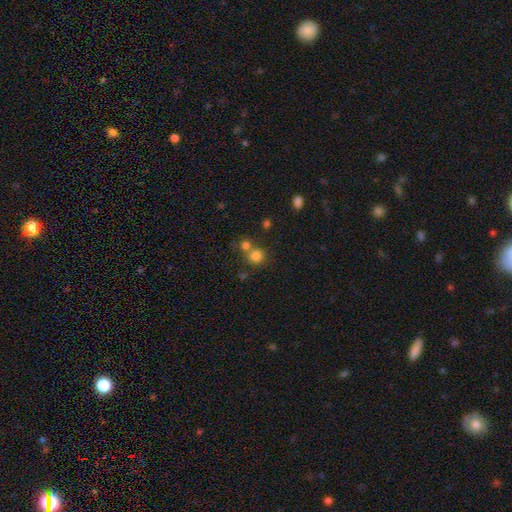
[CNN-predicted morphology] smooth_or_featured: smooth (p=0.79) [alt: star or artifact p=0.14]
how_rounded: round (p=0.89) [alt: in between p=0.10]
merging: none (p=0.57) [alt: merger p=0.34]